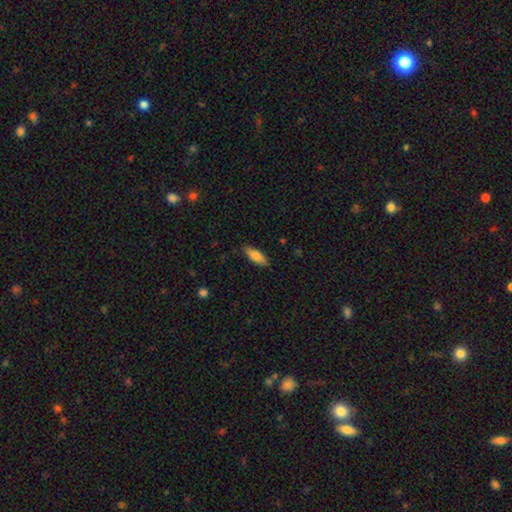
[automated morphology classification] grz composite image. It shows a smooth galaxy with no disk features (78%) that is in between round and cigar-shaped (64%). Merging: none (85%).